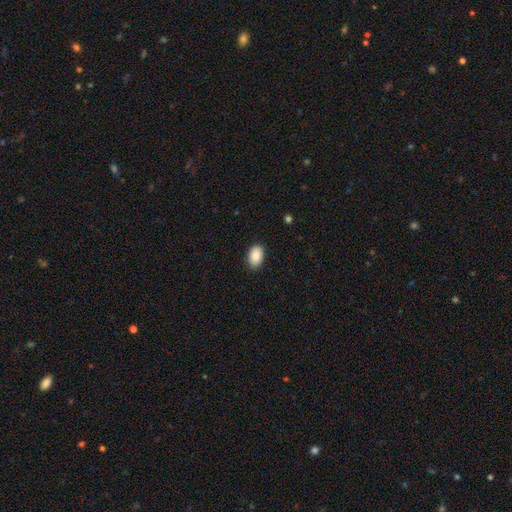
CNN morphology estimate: smooth 89%, star or artifact 7%, featured or disk 4%. Down the decision tree: how rounded — in between (89%); merging — none (88%).